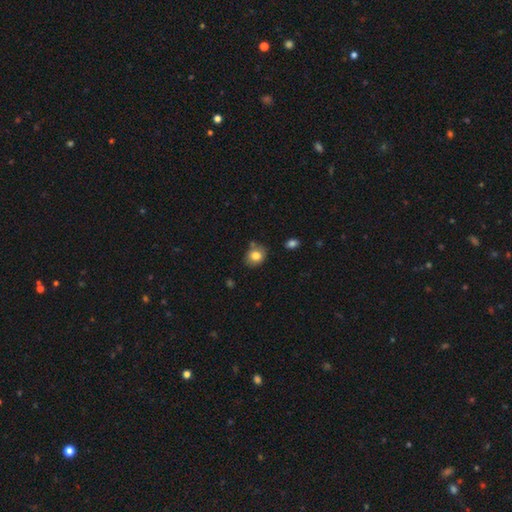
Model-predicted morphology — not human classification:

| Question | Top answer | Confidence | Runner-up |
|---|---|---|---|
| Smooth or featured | smooth | 80% | featured or disk (11%) |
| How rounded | round | 55% | in between (44%) |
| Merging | none | 73% | minor disturbance (17%) |